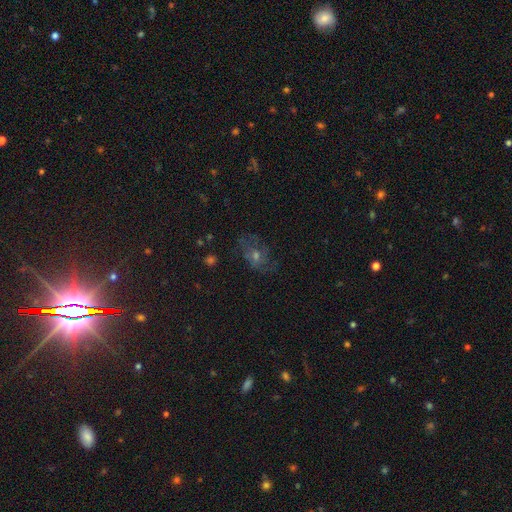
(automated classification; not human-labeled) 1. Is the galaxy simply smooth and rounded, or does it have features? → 43% featured or disk, 31% smooth, 26% star or artifact.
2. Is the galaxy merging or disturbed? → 64% none, 20% minor disturbance, 14% major disturbance, 2% merger.